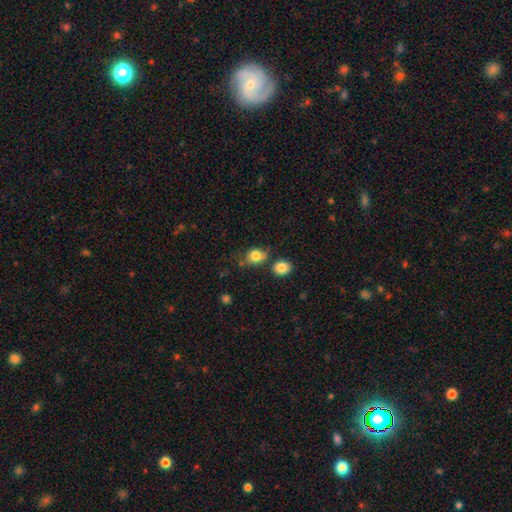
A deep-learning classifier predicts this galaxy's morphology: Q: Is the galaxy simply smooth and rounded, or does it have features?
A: smooth — 82%.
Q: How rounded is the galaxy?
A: round — 54%.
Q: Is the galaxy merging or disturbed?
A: none — 62%.